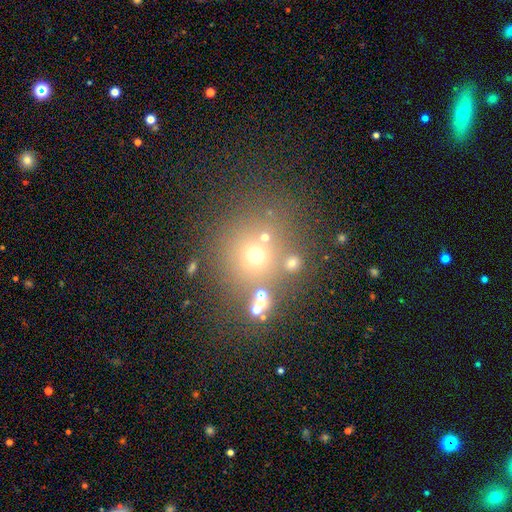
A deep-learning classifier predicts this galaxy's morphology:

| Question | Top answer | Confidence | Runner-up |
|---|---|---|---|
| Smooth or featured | smooth | 51% | star or artifact (33%) |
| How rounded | round | 87% | in between (12%) |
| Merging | none | 67% | merger (16%) |